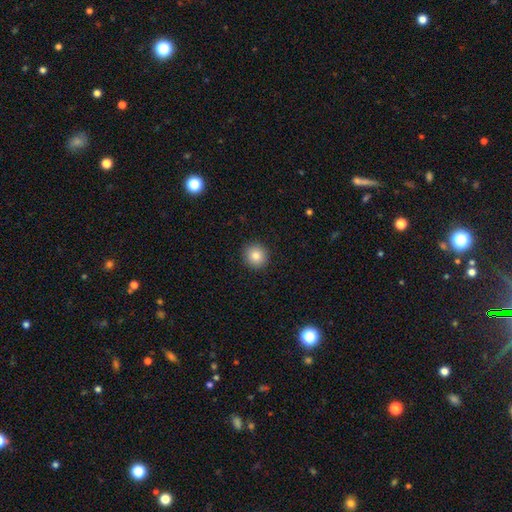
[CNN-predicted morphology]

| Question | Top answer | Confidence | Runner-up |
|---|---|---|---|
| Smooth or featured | smooth | 83% | star or artifact (10%) |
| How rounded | round | 93% | in between (6%) |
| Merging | none | 92% | minor disturbance (5%) |